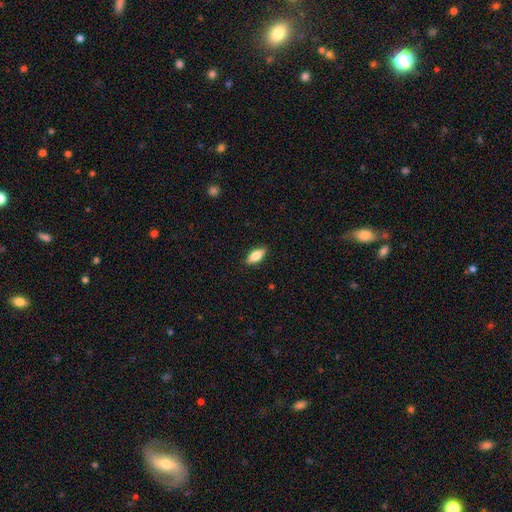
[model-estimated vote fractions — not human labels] Smooth or featured? smooth (75%)
How rounded? in between (79%)
Merging? none (88%)